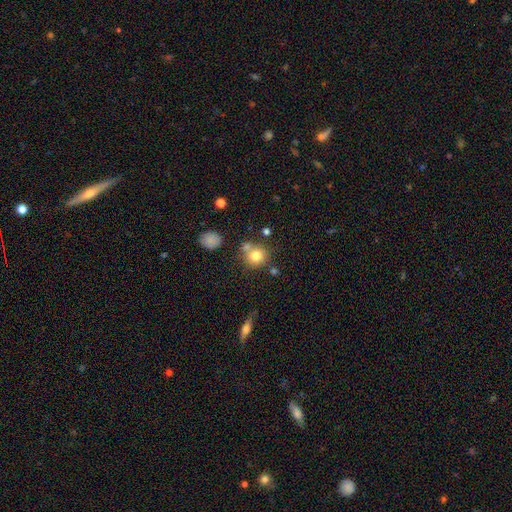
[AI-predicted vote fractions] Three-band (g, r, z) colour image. It shows a smooth galaxy with no disk features (78%) that is round (87%). Merging: none (62%).